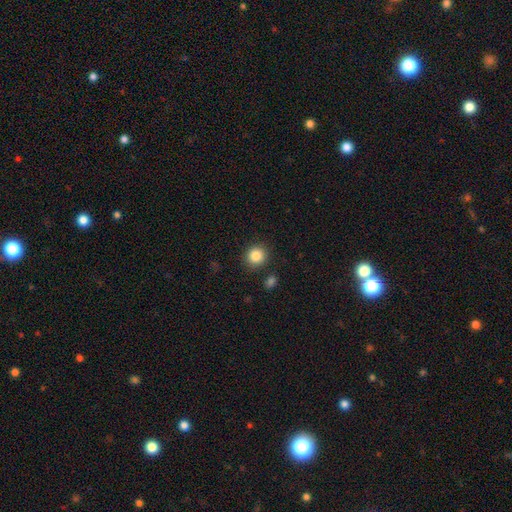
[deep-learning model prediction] Smooth or featured? smooth (85%)
How rounded? round (86%)
Merging? none (87%)